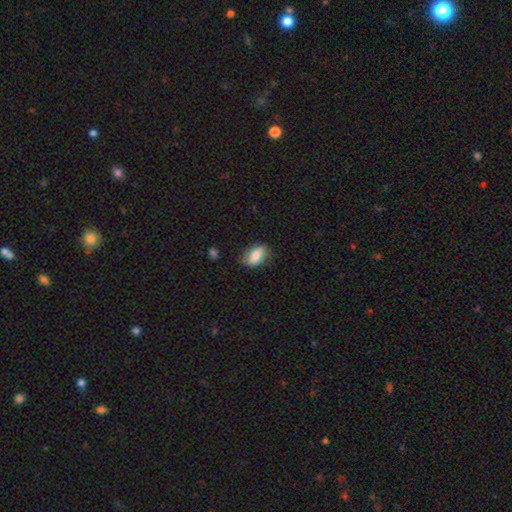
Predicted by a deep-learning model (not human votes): smooth-or-featured: smooth: 81% | featured or disk: 12% | star or artifact: 7%
  how-rounded: in between: 89% | round: 8% | cigar-shaped: 3%
  merging: none: 75% | minor disturbance: 19% | major disturbance: 4% | merger: 1%